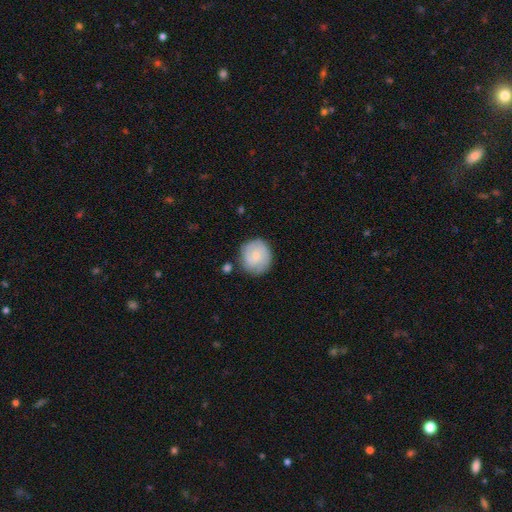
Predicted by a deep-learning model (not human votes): Smooth or featured?
  - featured or disk: 54% *
  - smooth: 39%
  - star or artifact: 7%
Edge-on disk?
  - no: 98% *
  - yes: 2%
Bar?
  - no: 66% *
  - weak: 30%
  - strong: 4%
Spiral arms?
  - yes: 90% *
  - no: 10%
Bulge size?
  - small: 61% *
  - moderate: 23%
  - none: 13%
  - large: 2%
  - dominant: 1%
Merging?
  - none: 76% *
  - minor disturbance: 17%
  - major disturbance: 5%
  - merger: 3%